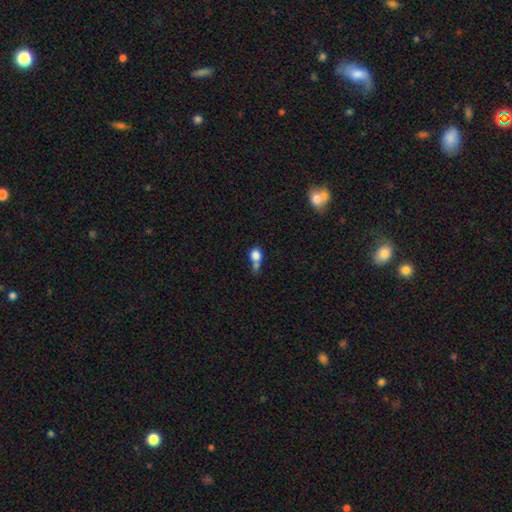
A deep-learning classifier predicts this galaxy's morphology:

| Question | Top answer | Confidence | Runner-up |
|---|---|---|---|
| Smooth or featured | smooth | 78% | featured or disk (12%) |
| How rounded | round | 62% | in between (36%) |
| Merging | merger | 45% | none (30%) |